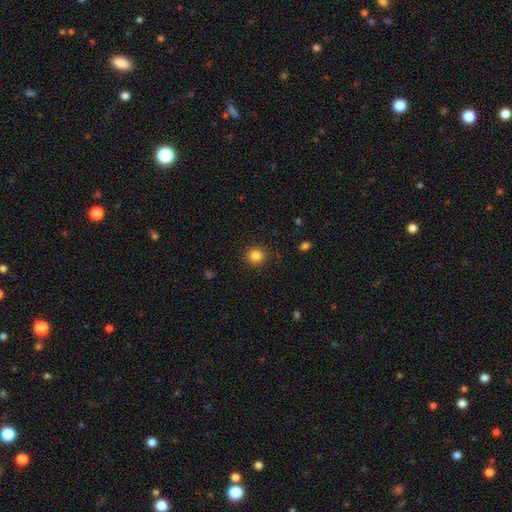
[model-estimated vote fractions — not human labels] A smooth galaxy with no disk features (85%) that is round (92%). Merging: none (91%).